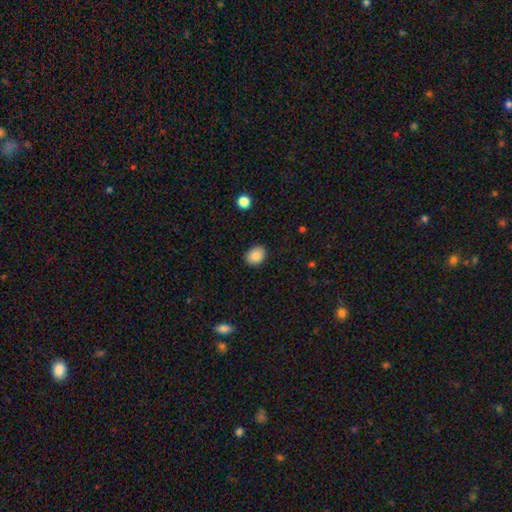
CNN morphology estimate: smooth 88%, star or artifact 8%, featured or disk 4%. Down the decision tree: how rounded — in between (63%); merging — none (88%).